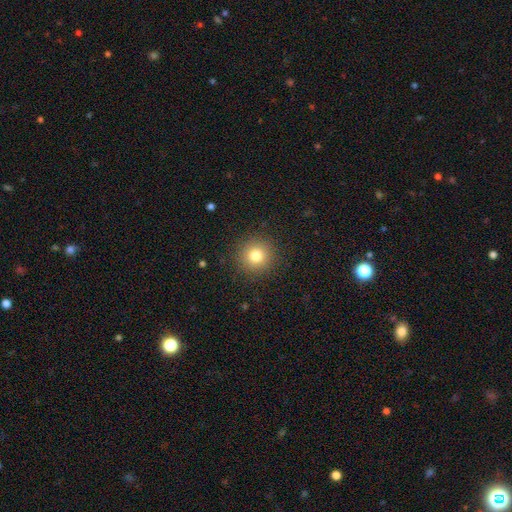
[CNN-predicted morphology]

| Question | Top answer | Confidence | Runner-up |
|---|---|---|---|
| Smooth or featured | smooth | 80% | star or artifact (13%) |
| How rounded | round | 94% | in between (5%) |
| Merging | none | 91% | minor disturbance (6%) |